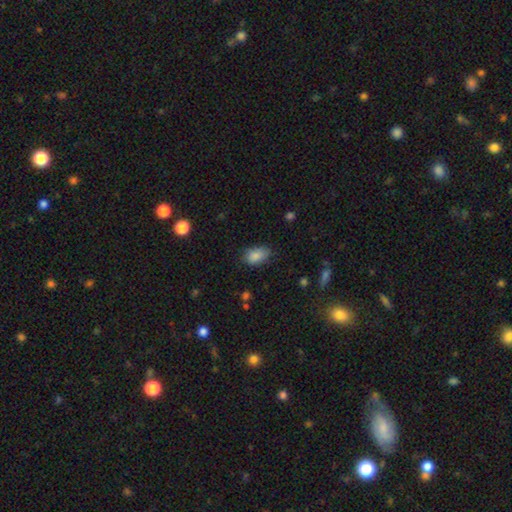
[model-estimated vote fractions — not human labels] This appears to be a smooth galaxy with no disk features (85%) that is in between round and cigar-shaped (88%). Merging: none (70%).